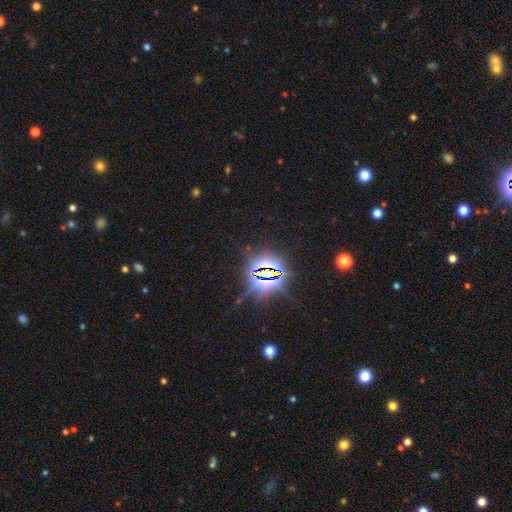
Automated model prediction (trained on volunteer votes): Smooth or featured? star or artifact (84%)